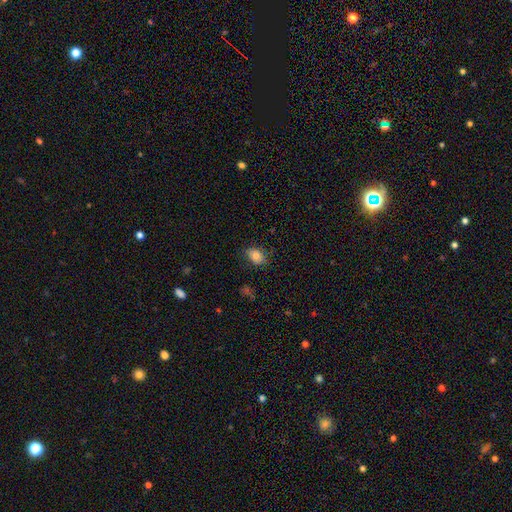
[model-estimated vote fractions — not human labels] smooth 83%, star or artifact 10%, featured or disk 7%. Down the decision tree: how rounded — in between (75%); merging — none (74%).